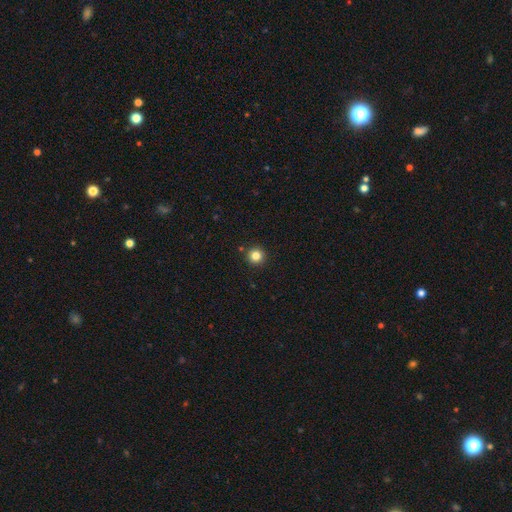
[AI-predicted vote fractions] Q: Smooth or featured?
A: smooth (82%); runner-up: star or artifact (12%)
Q: How rounded?
A: round (96%); runner-up: in between (3%)
Q: Merging?
A: none (91%); runner-up: minor disturbance (5%)